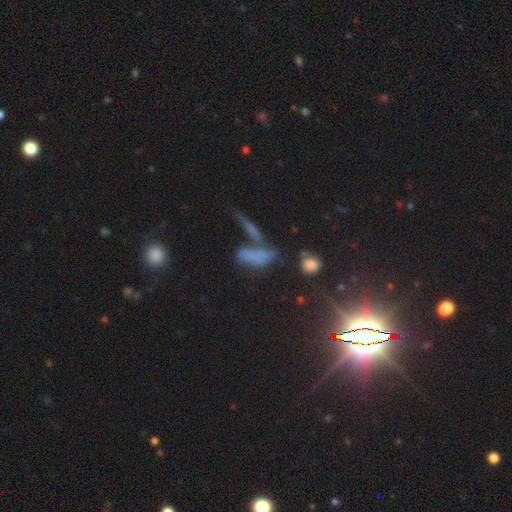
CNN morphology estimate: A smooth galaxy with no disk features (51%) that is in between round and cigar-shaped (53%).

Vote fractions:
- Smooth or featured? smooth: 51% / star or artifact: 25% / featured or disk: 24%
- How rounded? in between: 53% / cigar-shaped: 38% / round: 9%
- Merging? merger: 41% / none: 31% / minor disturbance: 14% / major disturbance: 14%